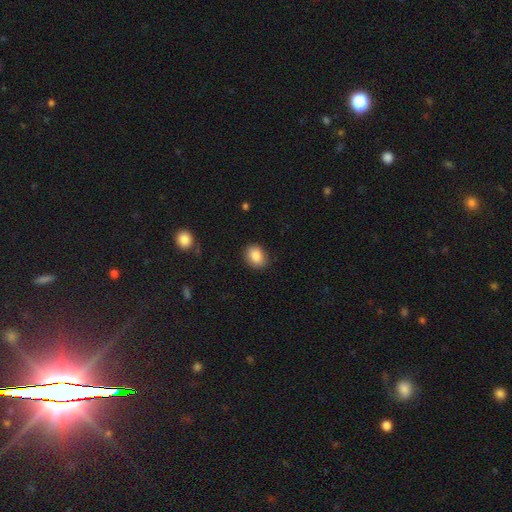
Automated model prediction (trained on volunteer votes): Q: Smooth or featured?
A: smooth (86%); runner-up: star or artifact (9%)
Q: How rounded?
A: in between (52%); runner-up: round (47%)
Q: Merging?
A: none (86%); runner-up: minor disturbance (10%)